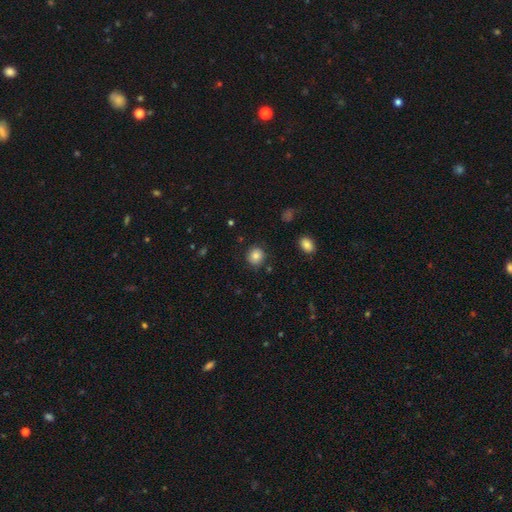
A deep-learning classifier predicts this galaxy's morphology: Smooth or featured? smooth (81%)
How rounded? round (86%)
Merging? none (84%)